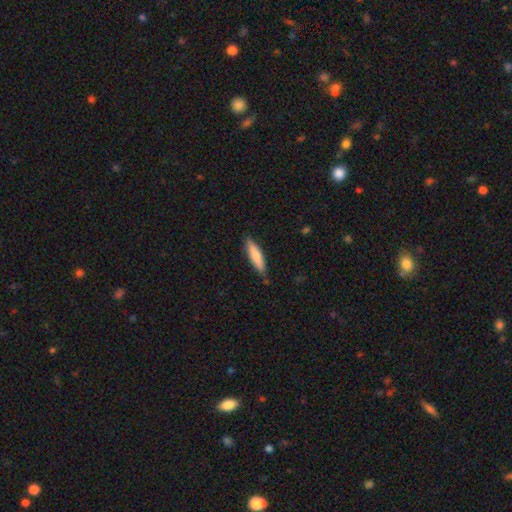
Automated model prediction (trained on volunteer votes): A smooth galaxy with no disk features (77%) that is cigar-shaped (76%).

Vote fractions:
- Smooth or featured? smooth: 77% / featured or disk: 17% / star or artifact: 5%
- How rounded? cigar-shaped: 76% / in between: 22% / round: 1%
- Merging? none: 81% / minor disturbance: 15% / major disturbance: 2% / merger: 2%